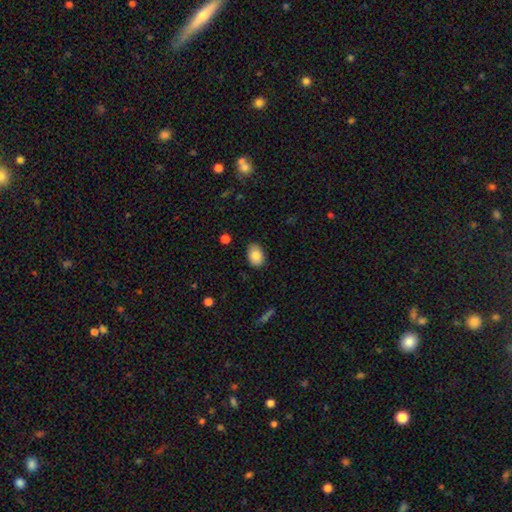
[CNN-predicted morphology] Q: Smooth or featured?
A: smooth (87%); runner-up: star or artifact (7%)
Q: How rounded?
A: in between (83%); runner-up: round (16%)
Q: Merging?
A: none (82%); runner-up: minor disturbance (14%)